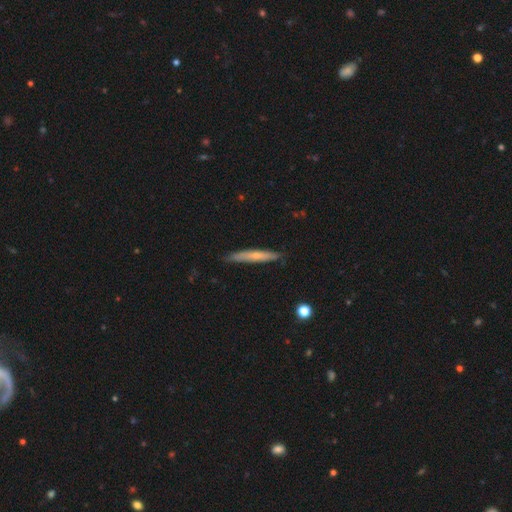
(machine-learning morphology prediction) type=smooth (53%); roundness=cigar-shaped (93%); merging=none (83%).